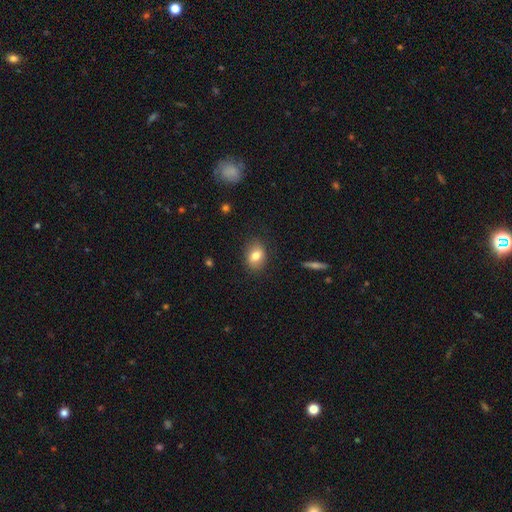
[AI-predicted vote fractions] Smooth or featured? Predicted: smooth (p=0.78). How rounded? Predicted: in between (p=0.67). Merging? Predicted: none (p=0.84).